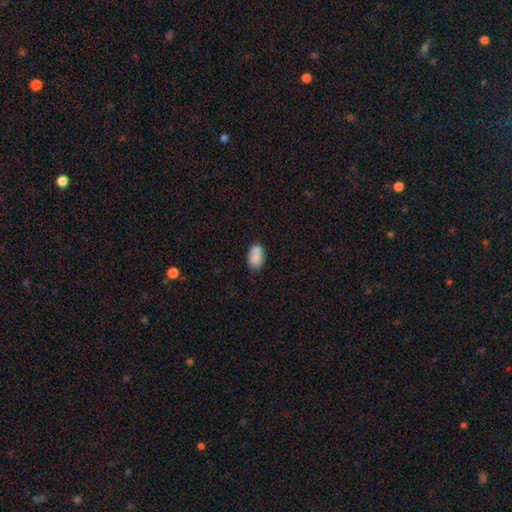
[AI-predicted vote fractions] A smooth galaxy with no disk features (82%) that is in between round and cigar-shaped (86%). Merging: none (57%).